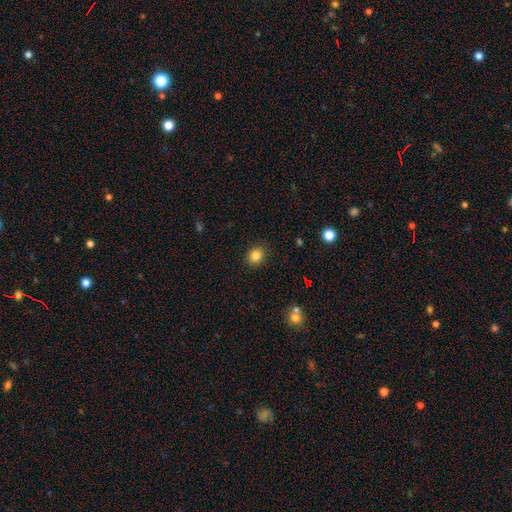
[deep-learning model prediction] smooth_or_featured: smooth (p=0.84) [alt: star or artifact p=0.11]
how_rounded: round (p=0.70) [alt: in between p=0.29]
merging: none (p=0.89) [alt: minor disturbance p=0.08]